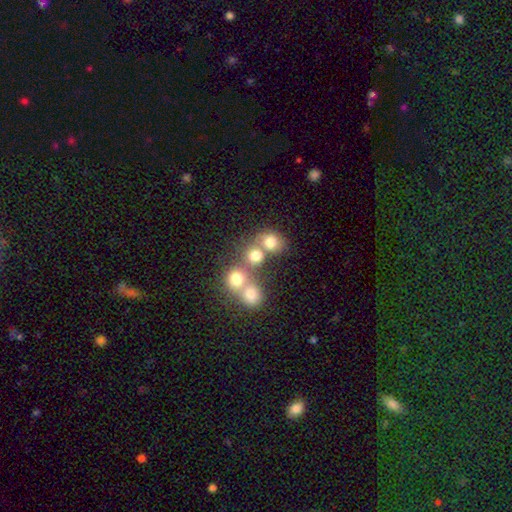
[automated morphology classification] This is likely a smooth galaxy (75%). How rounded: clearly round (81%). Merging: possibly none (48%).